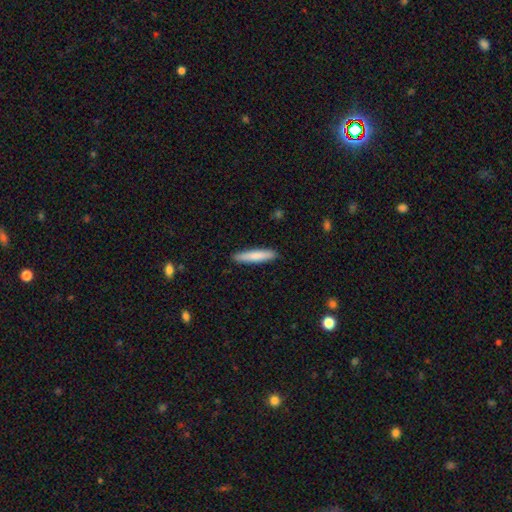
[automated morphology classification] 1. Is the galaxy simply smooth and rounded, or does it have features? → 80% smooth, 15% featured or disk, 5% star or artifact.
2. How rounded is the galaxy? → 89% cigar-shaped, 10% in between, 1% round.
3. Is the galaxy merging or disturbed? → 90% none, 8% minor disturbance, 1% major disturbance, 1% merger.